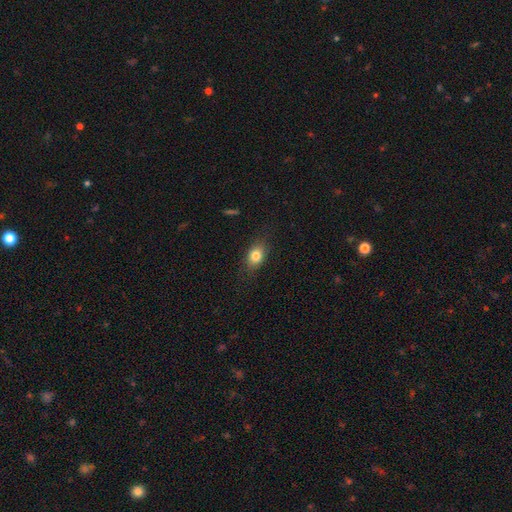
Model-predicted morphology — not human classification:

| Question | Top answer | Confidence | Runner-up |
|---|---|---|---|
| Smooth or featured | smooth | 81% | featured or disk (10%) |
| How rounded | in between | 72% | round (25%) |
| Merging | none | 81% | minor disturbance (14%) |